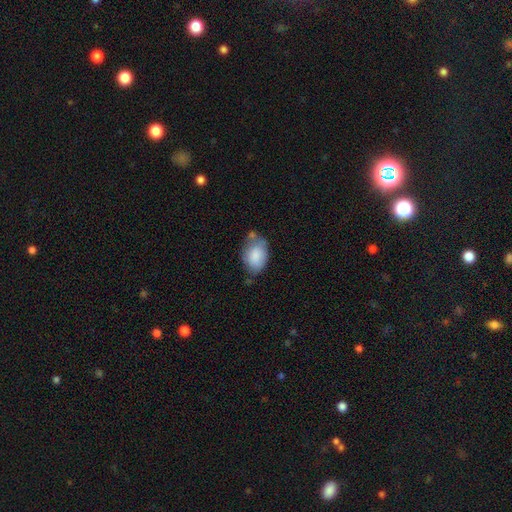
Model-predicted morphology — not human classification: type=smooth (84%); roundness=in between (85%); merging=none (49%).